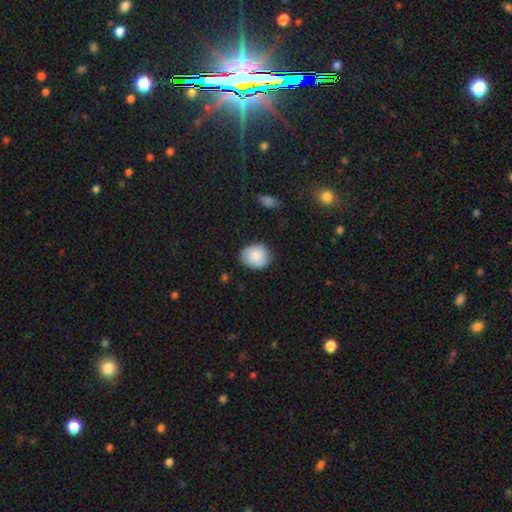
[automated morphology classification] A smooth galaxy with no disk features (79%) that is round (72%).

Vote fractions:
- Smooth or featured? smooth: 79% / featured or disk: 14% / star or artifact: 7%
- How rounded? round: 72% / in between: 27% / cigar-shaped: 1%
- Merging? none: 79% / minor disturbance: 16% / major disturbance: 3% / merger: 1%